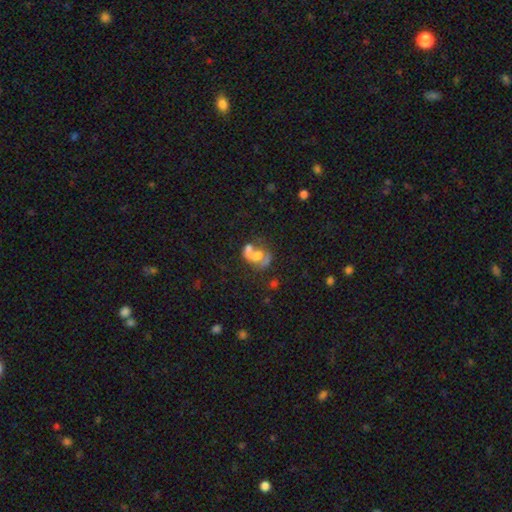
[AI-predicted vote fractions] Overall: featured or disk (48%; smooth 39%). Merging: merger (41%; none 24%).